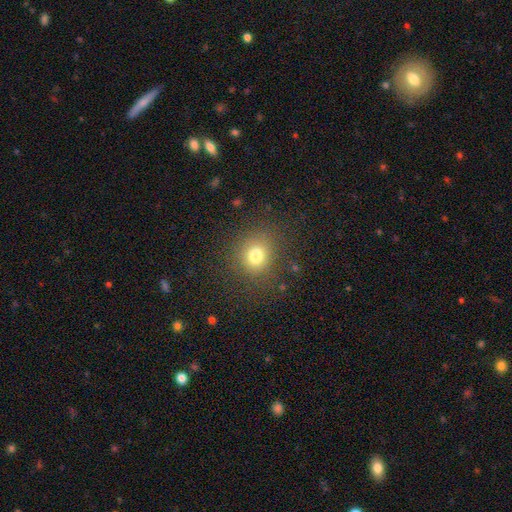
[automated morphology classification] Q: Smooth or featured?
A: smooth (78%); runner-up: star or artifact (15%)
Q: How rounded?
A: round (79%); runner-up: in between (20%)
Q: Merging?
A: none (82%); runner-up: minor disturbance (11%)